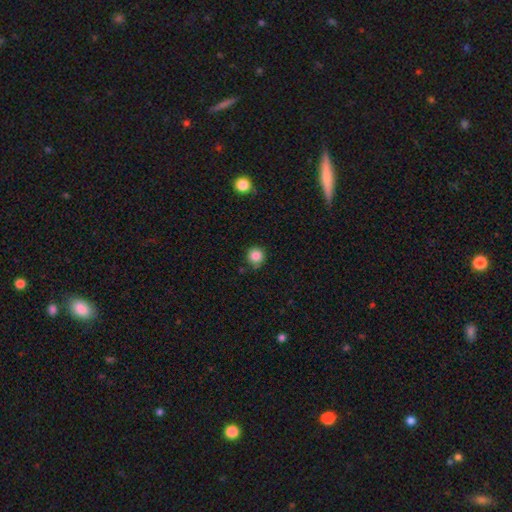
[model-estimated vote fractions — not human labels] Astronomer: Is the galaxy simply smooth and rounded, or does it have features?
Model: smooth — 84%.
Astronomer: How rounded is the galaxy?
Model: round — 93%.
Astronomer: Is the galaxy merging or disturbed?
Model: none — 79%.